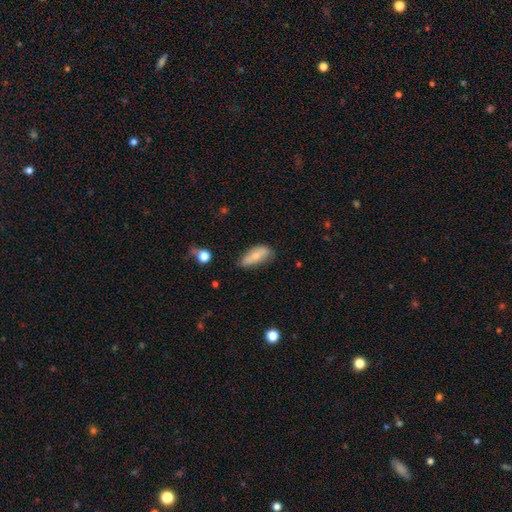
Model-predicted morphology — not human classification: Q: Smooth or featured?
A: smooth (68%); runner-up: featured or disk (25%)
Q: How rounded?
A: in between (80%); runner-up: cigar-shaped (17%)
Q: Merging?
A: none (66%); runner-up: minor disturbance (27%)